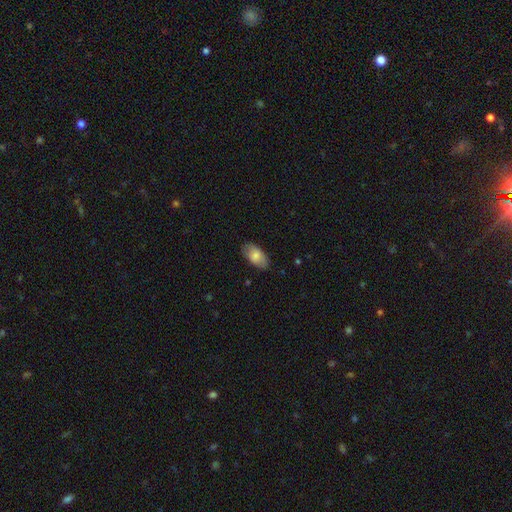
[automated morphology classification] Smooth or featured? Predicted: smooth (p=0.80). How rounded? Predicted: in between (p=0.94). Merging? Predicted: none (p=0.81).